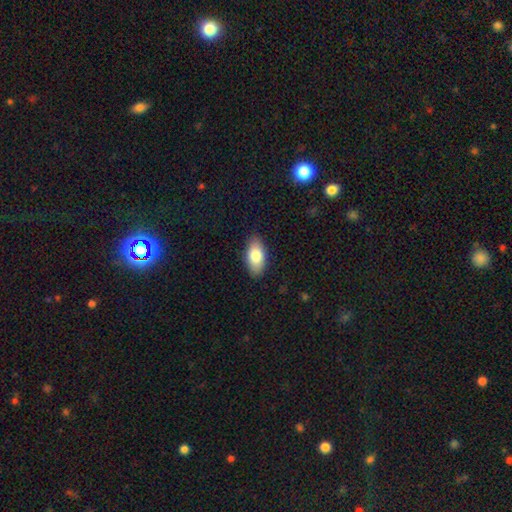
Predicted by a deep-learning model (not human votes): Smooth or featured? Predicted: smooth (p=0.80). How rounded? Predicted: in between (p=0.92). Merging? Predicted: none (p=0.87).